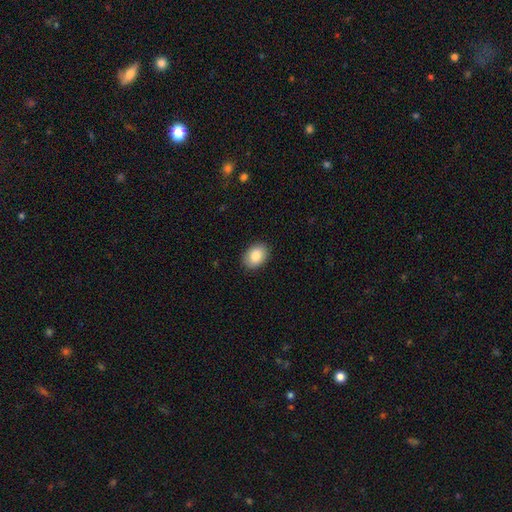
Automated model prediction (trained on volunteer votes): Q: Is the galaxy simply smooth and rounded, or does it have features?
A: smooth — 86%.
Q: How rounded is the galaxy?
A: in between — 79%.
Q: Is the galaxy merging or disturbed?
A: none — 89%.